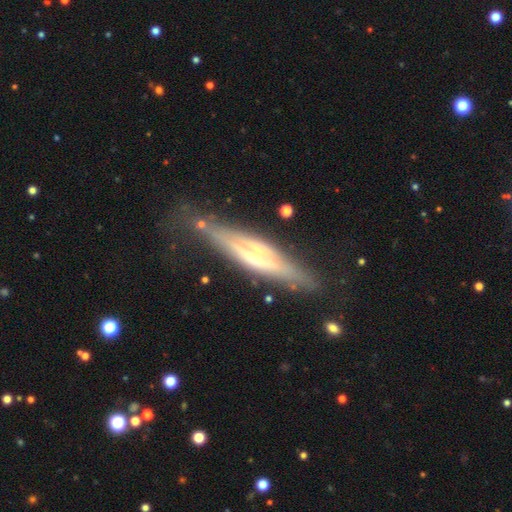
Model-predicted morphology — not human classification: Overall: featured or disk (78%). Edge-on disk: yes (93%). Edge-on bulge: rounded (65%). Merging: none (76%).